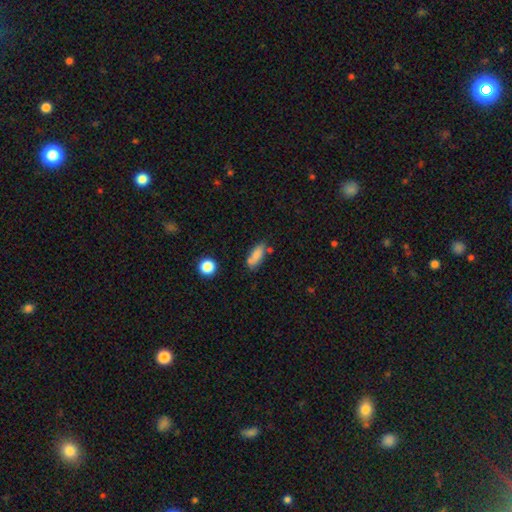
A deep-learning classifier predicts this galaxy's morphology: This appears to be a smooth galaxy with no disk features (79%) that is in between round and cigar-shaped (71%). Merging: none (59%).